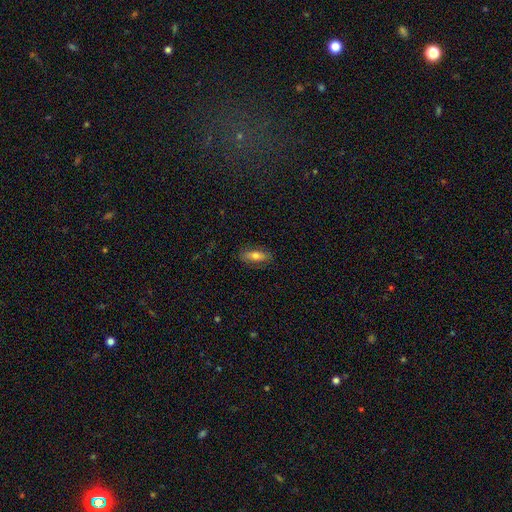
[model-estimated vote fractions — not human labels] This appears to be a smooth galaxy with no disk features (69%) that is in between round and cigar-shaped (70%). Merging: none (84%).